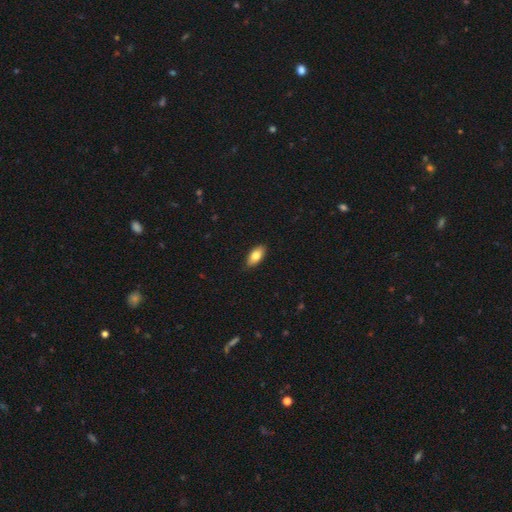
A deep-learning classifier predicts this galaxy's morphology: smooth 79%, featured or disk 15%, star or artifact 6%. Down the decision tree: how rounded — in between (89%); merging — none (88%).